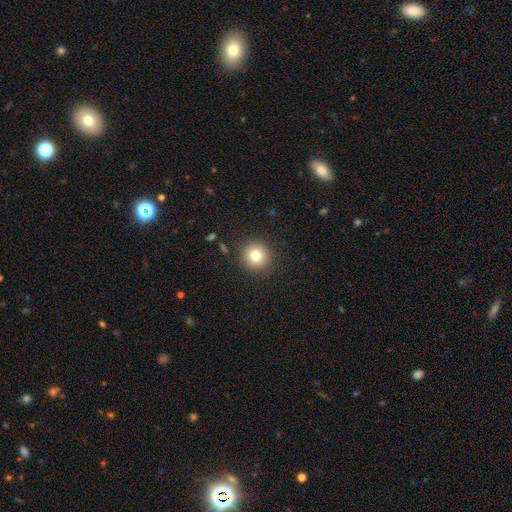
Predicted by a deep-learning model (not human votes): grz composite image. It shows a smooth galaxy with no disk features (79%) that is round (94%). Merging: none (91%).